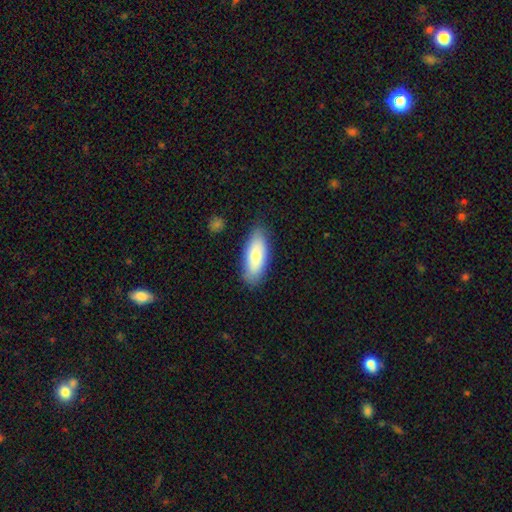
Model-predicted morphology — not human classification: Smooth or featured: smooth — 73% (featured or disk — 21%)
How rounded: in between — 81% (cigar-shaped — 17%)
Merging: none — 83% (minor disturbance — 12%)